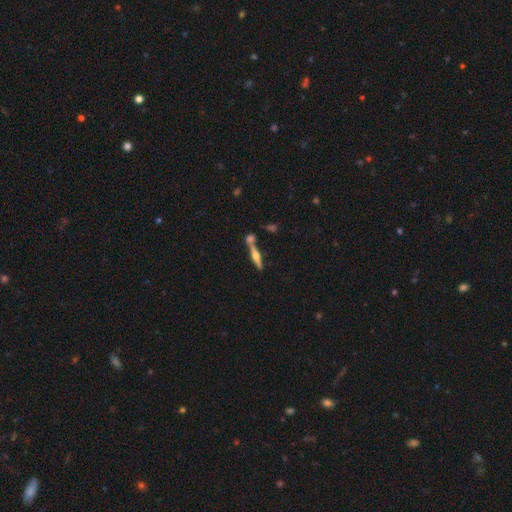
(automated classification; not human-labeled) smooth-or-featured: featured or disk: 65% | smooth: 28% | star or artifact: 7%
  disk-edge-on: yes: 96% | no: 4%
    edge-on-bulge: rounded: 90% | boxy: 6% | none: 4%
  merging: none: 61% | merger: 26% | minor disturbance: 9% | major disturbance: 3%